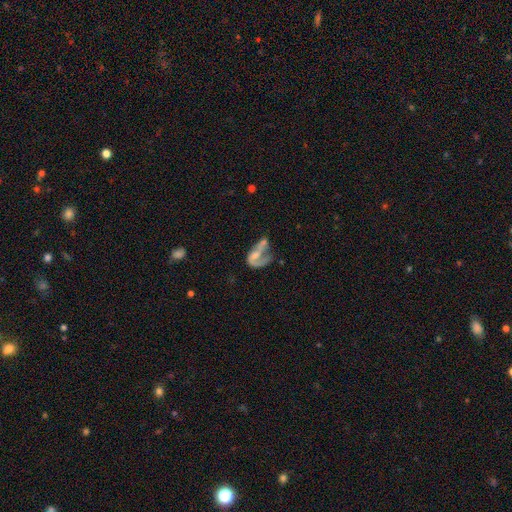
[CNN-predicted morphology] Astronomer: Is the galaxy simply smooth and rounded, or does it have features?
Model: featured or disk — 61%.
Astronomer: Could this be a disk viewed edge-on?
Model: no — 96%.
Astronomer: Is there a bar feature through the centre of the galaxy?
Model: no — 64%.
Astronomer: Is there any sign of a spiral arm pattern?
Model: yes — 56% (runner-up: no, 44%).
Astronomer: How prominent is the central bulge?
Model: none — 44% (runner-up: small, 26%).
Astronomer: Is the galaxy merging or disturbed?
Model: major disturbance — 41% (runner-up: merger, 25%).